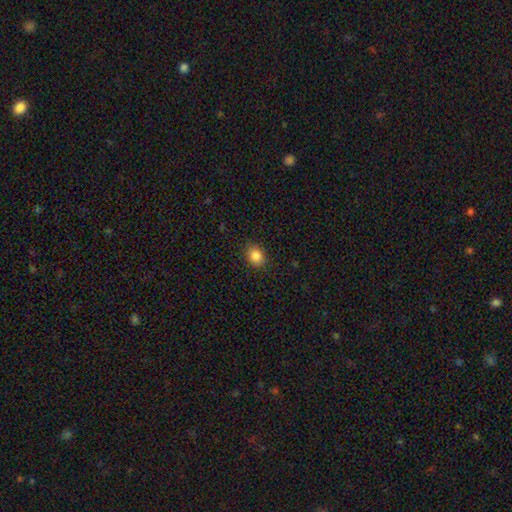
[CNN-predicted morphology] Smooth or featured?
  - smooth: 86% *
  - star or artifact: 10%
  - featured or disk: 5%
How rounded?
  - in between: 56% *
  - round: 43%
  - cigar-shaped: 1%
Merging?
  - none: 88% *
  - minor disturbance: 9%
  - major disturbance: 2%
  - merger: 1%